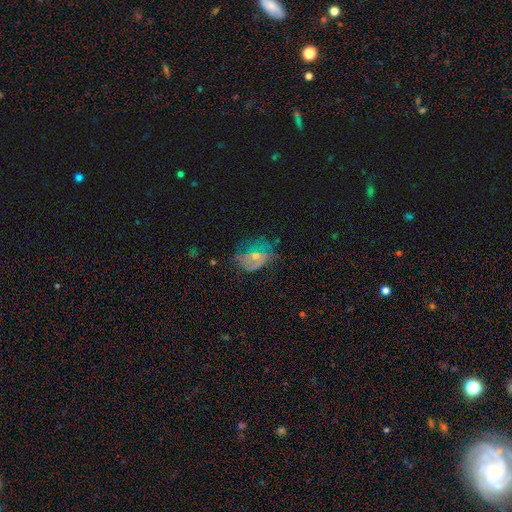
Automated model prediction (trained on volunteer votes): featured or disk 55%, smooth 31%, star or artifact 14%. Down the decision tree: edge-on disk — no (96%); bar — no (65%); spiral arms — yes (54%); bulge size — moderate (64%); merging — none (48%).